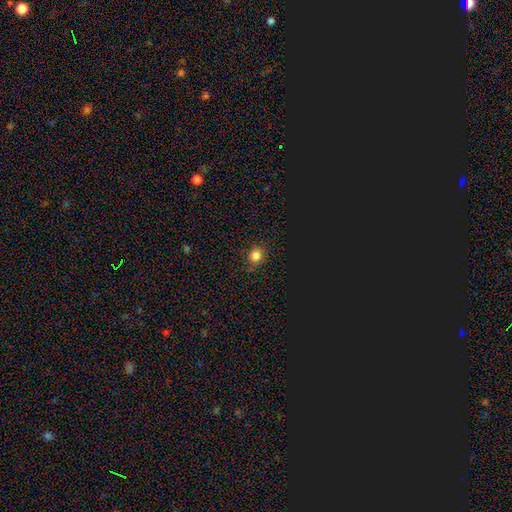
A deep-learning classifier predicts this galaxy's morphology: Smooth or featured: smooth — 76% (star or artifact — 19%)
How rounded: round — 80% (in between — 19%)
Merging: none — 84% (minor disturbance — 11%)